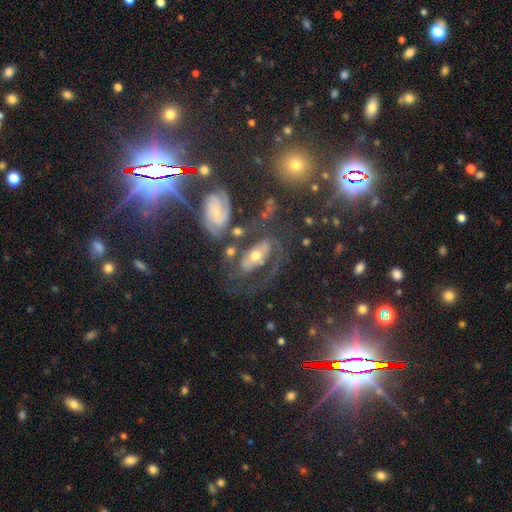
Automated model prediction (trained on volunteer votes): Smooth or featured?
  - featured or disk: 71% *
  - smooth: 16%
  - star or artifact: 13%
Edge-on disk?
  - no: 92% *
  - yes: 8%
Bar?
  - no: 46% *
  - weak: 28%
  - strong: 26%
Spiral arms?
  - yes: 80% *
  - no: 20%
Spiral winding?
  - medium: 43% *
  - tight: 37%
  - loose: 19%
Spiral arm count?
  - 2: 71% *
  - can't tell: 13%
  - 1: 7%
  - 3: 4%
  - 4: 2%
  - more than 4: 2%
Bulge size?
  - moderate: 57% *
  - small: 31%
  - large: 8%
  - none: 2%
  - dominant: 2%
Merging?
  - none: 51% *
  - major disturbance: 22%
  - minor disturbance: 17%
  - merger: 11%